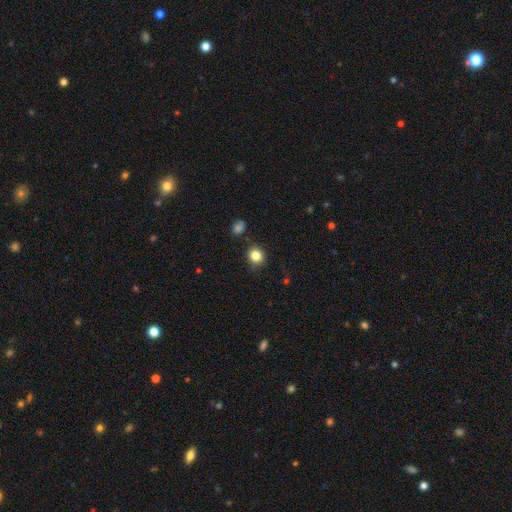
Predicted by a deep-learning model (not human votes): Q: Smooth or featured?
A: smooth (83%); runner-up: star or artifact (11%)
Q: How rounded?
A: round (84%); runner-up: in between (15%)
Q: Merging?
A: none (80%); runner-up: minor disturbance (14%)